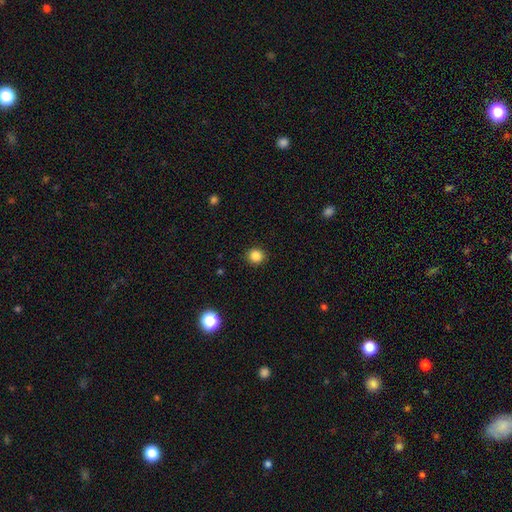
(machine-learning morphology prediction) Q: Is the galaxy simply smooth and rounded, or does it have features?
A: smooth — 85%.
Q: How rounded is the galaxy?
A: round — 89%.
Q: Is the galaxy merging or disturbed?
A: none — 90%.